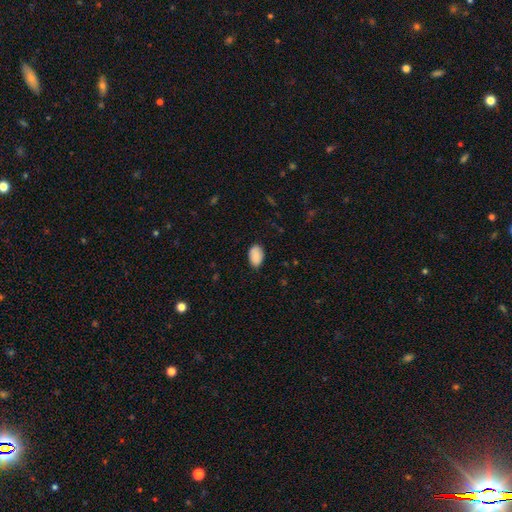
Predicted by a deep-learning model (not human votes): A smooth galaxy with no disk features (89%) that is in between round and cigar-shaped (91%).

Vote fractions:
- Smooth or featured? smooth: 89% / star or artifact: 7% / featured or disk: 4%
- How rounded? in between: 91% / round: 8% / cigar-shaped: 1%
- Merging? none: 85% / minor disturbance: 12% / major disturbance: 2% / merger: 1%